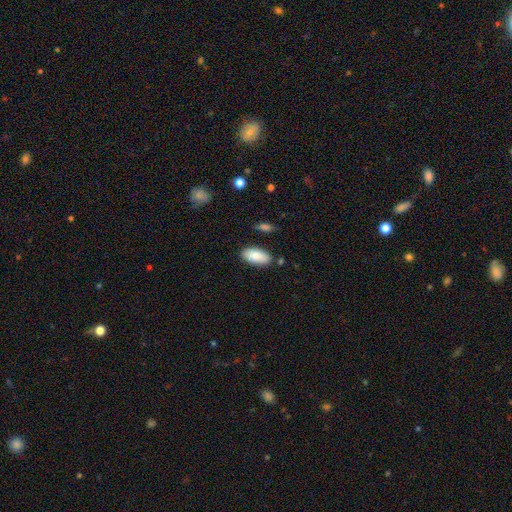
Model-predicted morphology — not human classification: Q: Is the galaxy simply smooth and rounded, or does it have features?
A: smooth — 85%.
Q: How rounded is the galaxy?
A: in between — 92%.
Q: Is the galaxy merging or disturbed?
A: none — 82%.